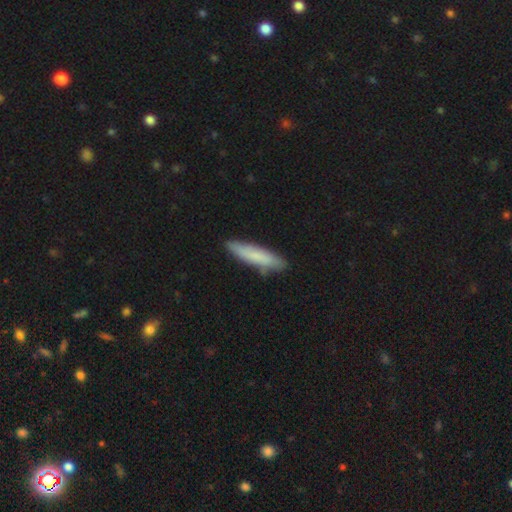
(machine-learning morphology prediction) This appears to be a smooth galaxy with no disk features (76%) that is cigar-shaped (82%). Merging: none (82%).